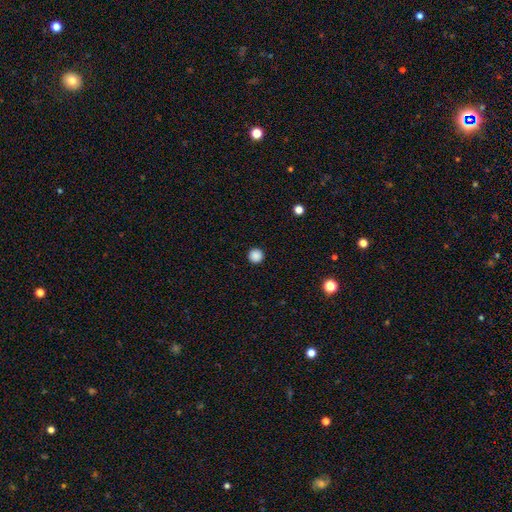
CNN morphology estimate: This appears to be a smooth galaxy with no disk features (88%) that is round (96%). Merging: none (93%).